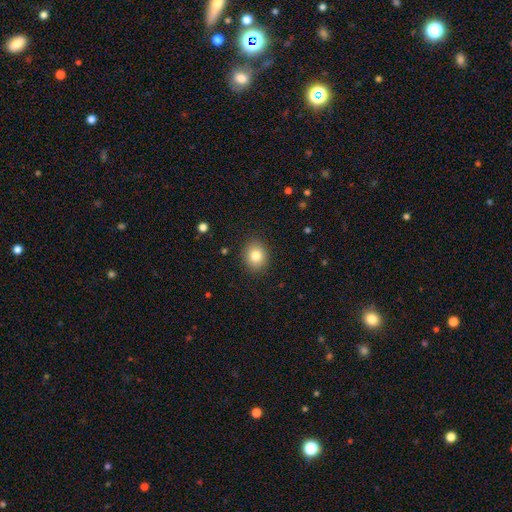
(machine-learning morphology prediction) smooth 81%, star or artifact 10%, featured or disk 8%. Down the decision tree: how rounded — round (69%); merging — none (89%).